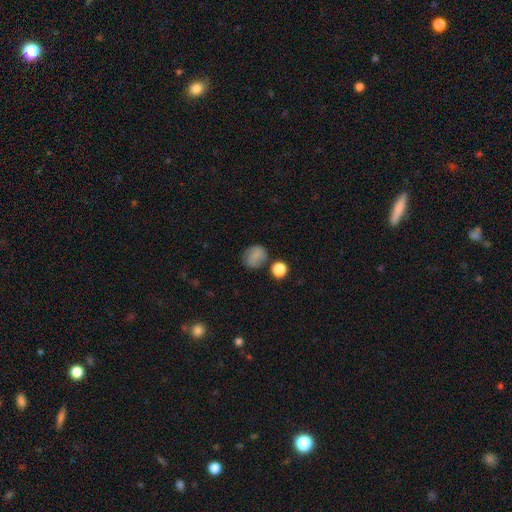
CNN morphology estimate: Smooth or featured? smooth (77%)
How rounded? round (67%)
Merging? none (69%)